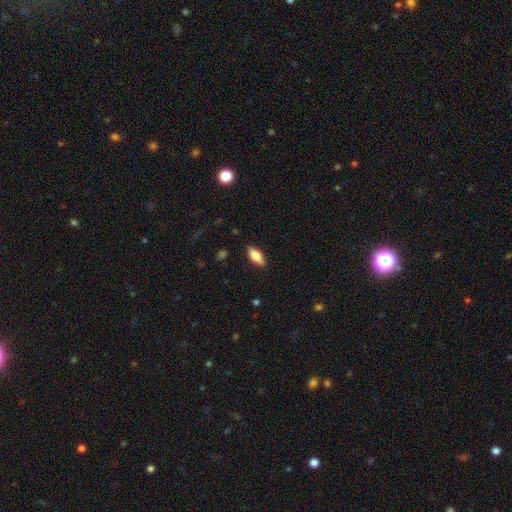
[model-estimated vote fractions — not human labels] Smooth or featured?
  - smooth: 71% *
  - featured or disk: 23%
  - star or artifact: 7%
How rounded?
  - in between: 81% *
  - cigar-shaped: 16%
  - round: 3%
Merging?
  - none: 86% *
  - minor disturbance: 11%
  - major disturbance: 2%
  - merger: 1%